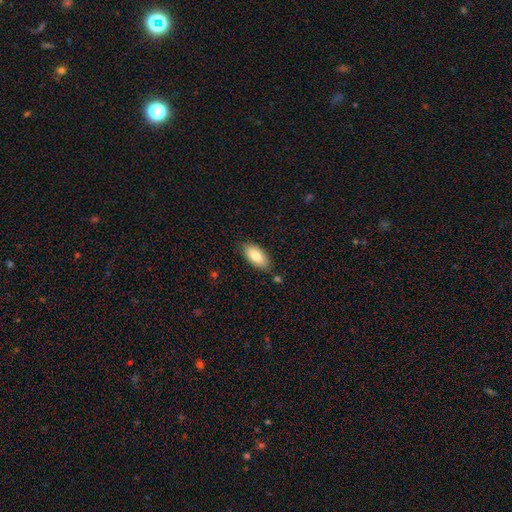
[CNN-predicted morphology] This is clearly a smooth galaxy (83%). How rounded: clearly in between (91%). Merging: clearly none (81%).